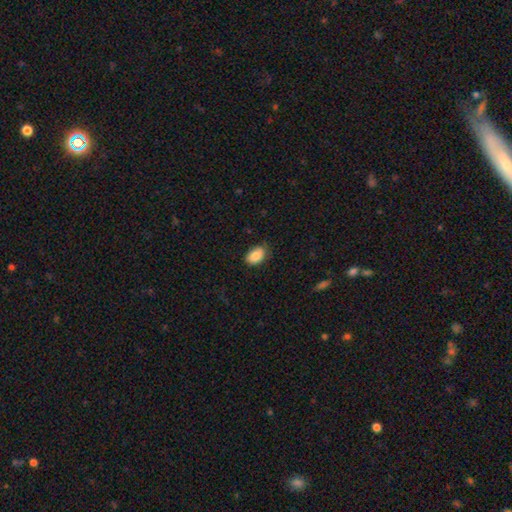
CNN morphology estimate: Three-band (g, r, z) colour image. It shows a smooth galaxy with no disk features (87%) that is in between round and cigar-shaped (88%). Merging: none (74%).